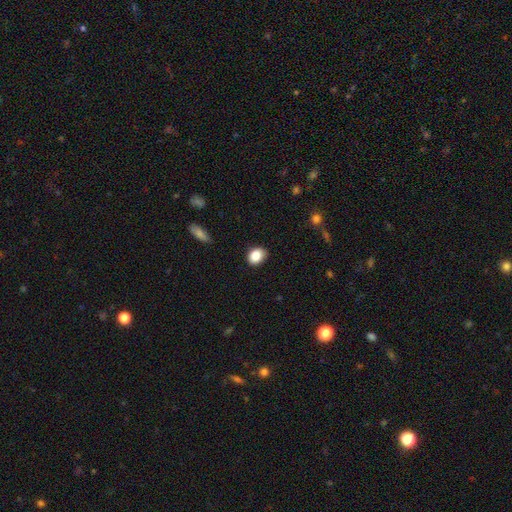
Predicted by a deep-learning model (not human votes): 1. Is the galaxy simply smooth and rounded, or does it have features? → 87% smooth, 8% star or artifact, 4% featured or disk.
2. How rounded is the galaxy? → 61% in between, 38% round, 1% cigar-shaped.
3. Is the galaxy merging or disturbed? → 84% none, 13% minor disturbance, 2% major disturbance, 1% merger.